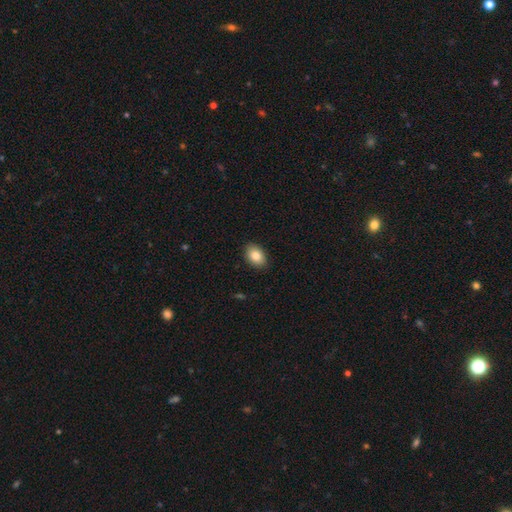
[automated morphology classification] smooth-or-featured: smooth: 84% | featured or disk: 8% | star or artifact: 8%
  how-rounded: in between: 83% | round: 16% | cigar-shaped: 1%
  merging: none: 88% | minor disturbance: 9% | major disturbance: 2% | merger: 1%